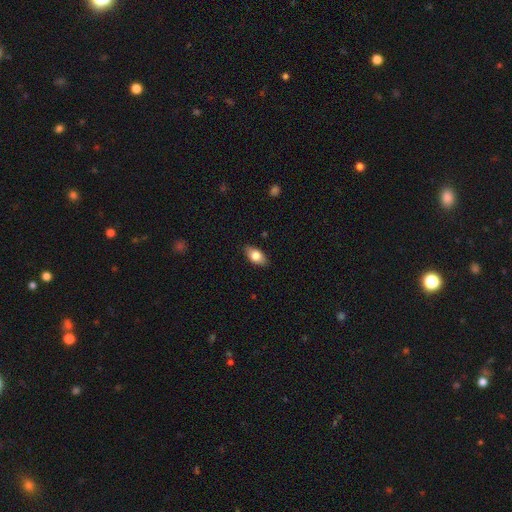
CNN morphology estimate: Overall: smooth (78%). How rounded: in between (90%). Merging: none (87%).